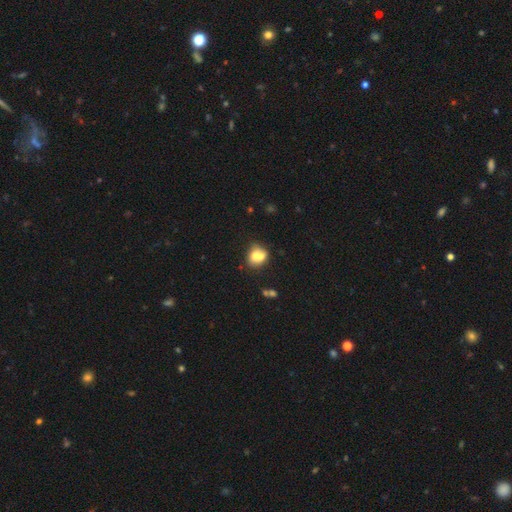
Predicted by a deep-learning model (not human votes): Smooth or featured? Predicted: smooth (p=0.69). How rounded? Predicted: round (p=0.61). Merging? Predicted: merger (p=0.51).